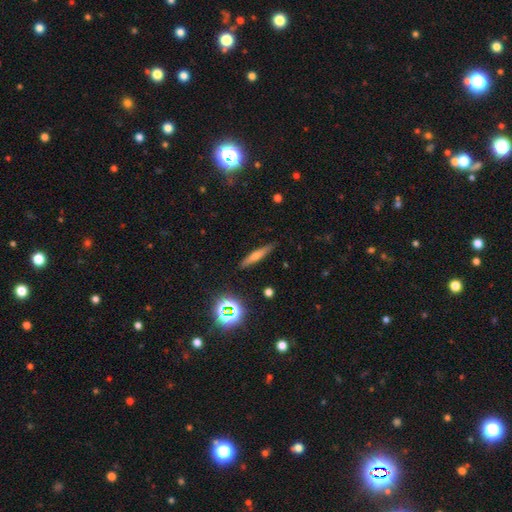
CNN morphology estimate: A smooth galaxy with no disk features (49%).

Vote fractions:
- Smooth or featured? smooth: 49% / featured or disk: 38% / star or artifact: 13%
- Merging? none: 87% / minor disturbance: 9% / major disturbance: 2% / merger: 2%